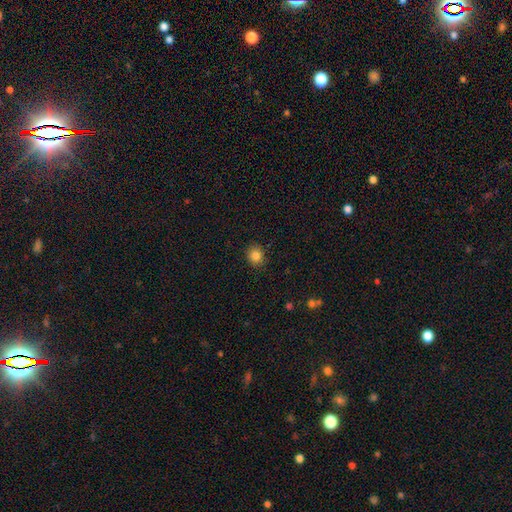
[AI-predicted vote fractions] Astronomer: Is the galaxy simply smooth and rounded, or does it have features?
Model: smooth — 84%.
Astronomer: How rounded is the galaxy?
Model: round — 76%.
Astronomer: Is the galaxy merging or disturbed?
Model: none — 89%.